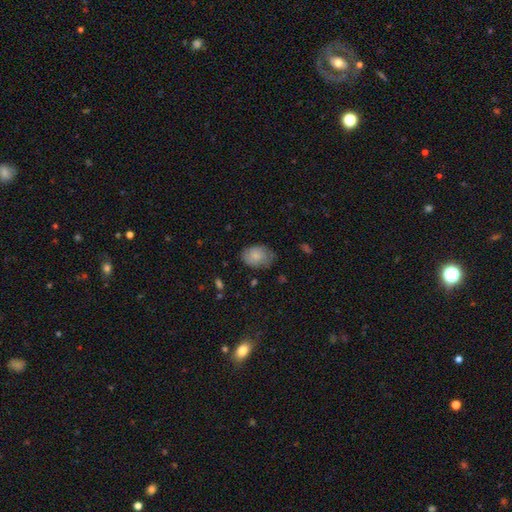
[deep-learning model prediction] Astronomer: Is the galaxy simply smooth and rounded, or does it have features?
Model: smooth — 79%.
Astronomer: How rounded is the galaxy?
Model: in between — 74%.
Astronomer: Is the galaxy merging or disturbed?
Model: none — 68%.